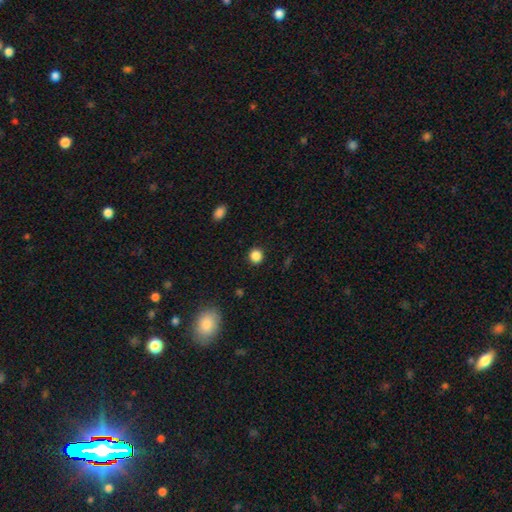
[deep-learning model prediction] This appears to be a smooth galaxy with no disk features (86%) that is round (86%). Merging: none (90%).